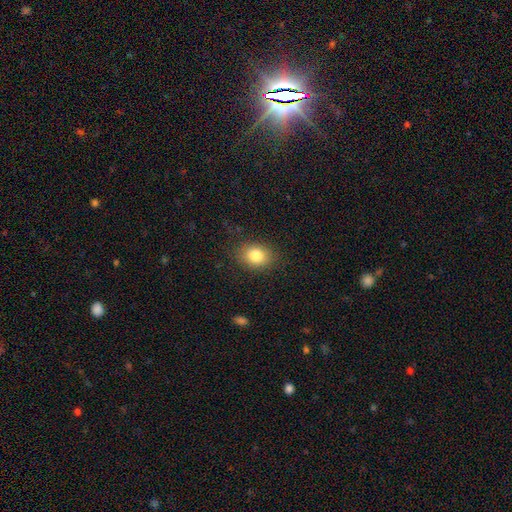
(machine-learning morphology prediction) A smooth galaxy with no disk features (81%) that is in between round and cigar-shaped (58%). Merging: none (84%).